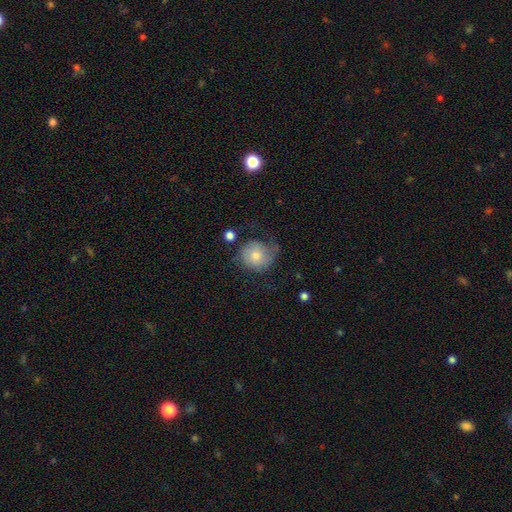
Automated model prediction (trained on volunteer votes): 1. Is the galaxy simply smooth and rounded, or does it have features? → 68% smooth, 24% featured or disk, 8% star or artifact.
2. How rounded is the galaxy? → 86% round, 13% in between, 1% cigar-shaped.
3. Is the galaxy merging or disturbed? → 48% none, 30% minor disturbance, 19% major disturbance, 4% merger.